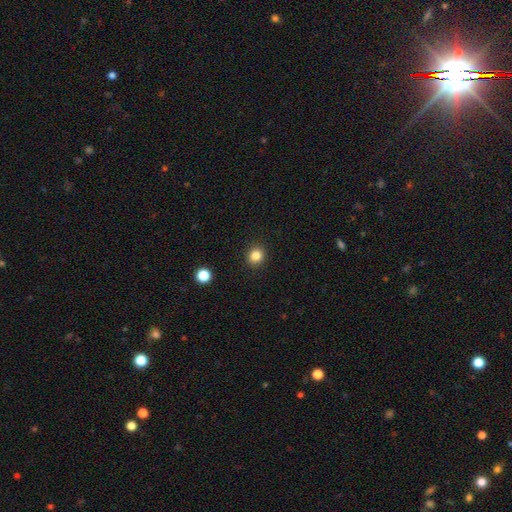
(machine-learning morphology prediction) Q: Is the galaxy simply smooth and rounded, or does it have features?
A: smooth — 84%.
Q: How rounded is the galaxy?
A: round — 82%.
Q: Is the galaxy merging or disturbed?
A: none — 92%.